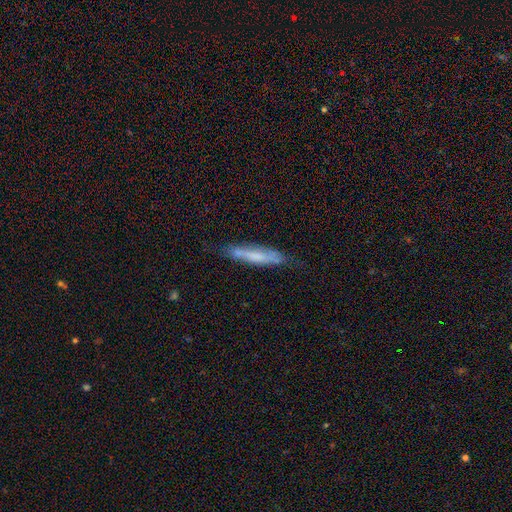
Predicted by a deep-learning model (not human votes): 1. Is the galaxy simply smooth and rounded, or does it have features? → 51% smooth, 41% featured or disk, 7% star or artifact.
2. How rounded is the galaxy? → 89% cigar-shaped, 10% in between, 1% round.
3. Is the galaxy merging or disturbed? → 64% none, 25% minor disturbance, 7% major disturbance, 4% merger.